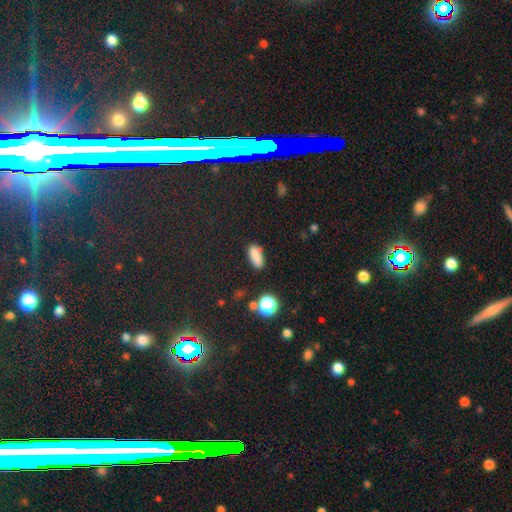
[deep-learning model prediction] A smooth galaxy with no disk features (83%) that is in between round and cigar-shaped (73%). Merging: none (78%).